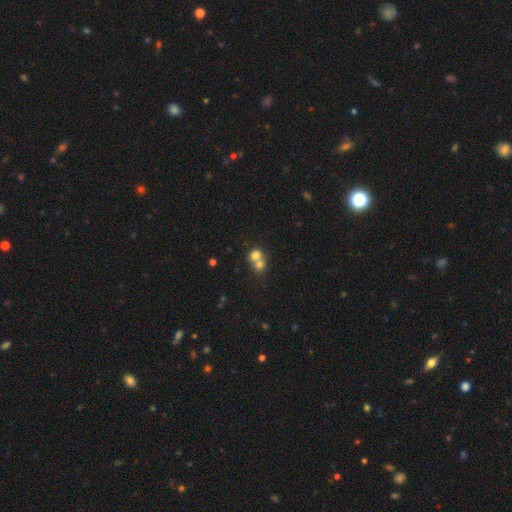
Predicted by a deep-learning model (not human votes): Smooth or featured: smooth — 74% (featured or disk — 14%)
How rounded: round — 69% (in between — 30%)
Merging: merger — 67% (none — 25%)